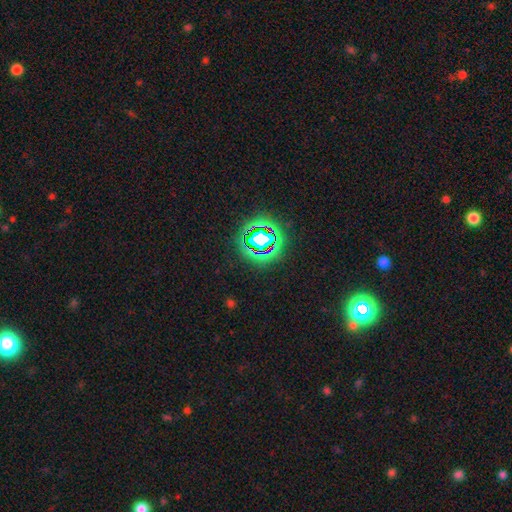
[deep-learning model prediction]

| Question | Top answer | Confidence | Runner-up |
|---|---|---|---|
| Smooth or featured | star or artifact | 79% | smooth (14%) |